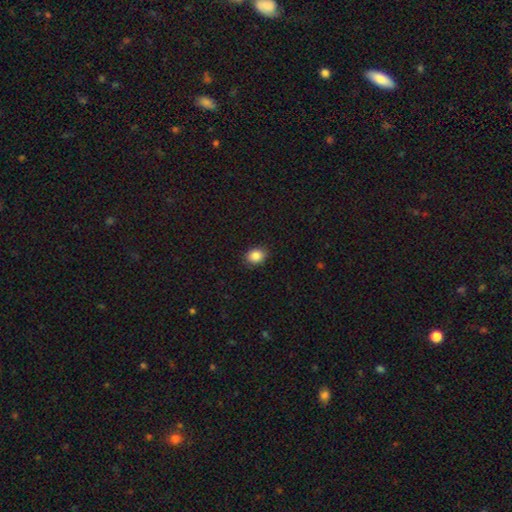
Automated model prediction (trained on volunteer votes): Smooth or featured? Predicted: smooth (p=0.87). How rounded? Predicted: round (p=0.52). Merging? Predicted: none (p=0.89).